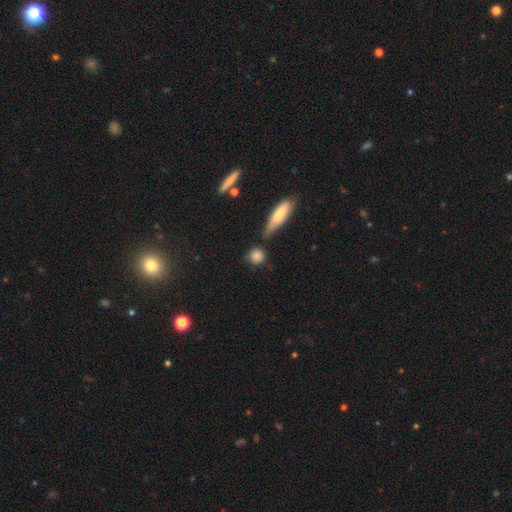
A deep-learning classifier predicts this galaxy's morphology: This appears to be a smooth galaxy with no disk features (83%) that is round (83%). Merging: none (68%).